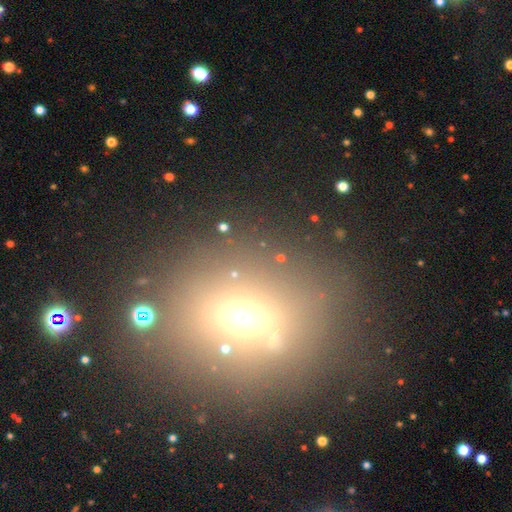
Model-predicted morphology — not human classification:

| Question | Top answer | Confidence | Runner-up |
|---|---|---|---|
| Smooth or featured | smooth | 50% | star or artifact (31%) |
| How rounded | in between | 55% | round (42%) |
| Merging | none | 75% | minor disturbance (11%) |